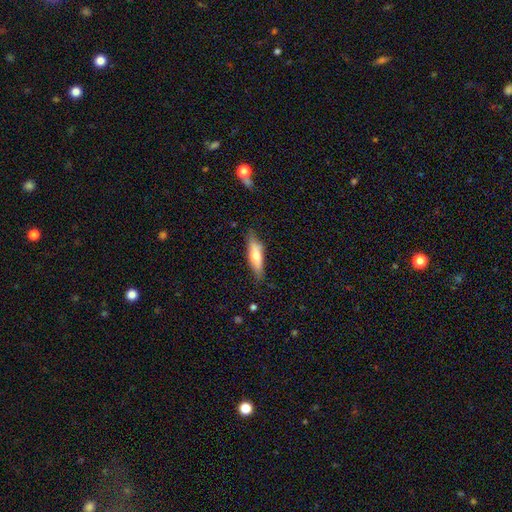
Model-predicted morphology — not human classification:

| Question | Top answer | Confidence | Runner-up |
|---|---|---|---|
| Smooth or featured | smooth | 60% | featured or disk (34%) |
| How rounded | cigar-shaped | 56% | in between (42%) |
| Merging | none | 75% | minor disturbance (19%) |